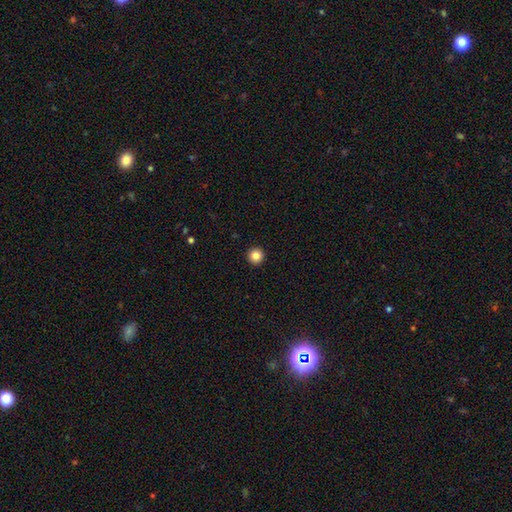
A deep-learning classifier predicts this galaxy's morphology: This appears to be a smooth galaxy with no disk features (85%) that is round (96%). Merging: none (94%).